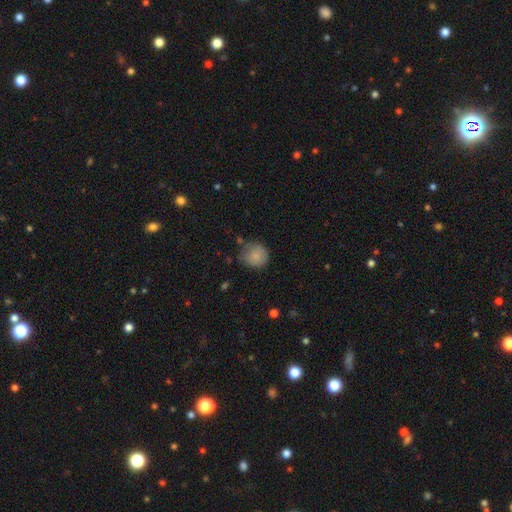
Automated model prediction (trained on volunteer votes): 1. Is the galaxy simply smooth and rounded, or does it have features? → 84% smooth, 8% featured or disk, 8% star or artifact.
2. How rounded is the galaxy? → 89% round, 10% in between, 1% cigar-shaped.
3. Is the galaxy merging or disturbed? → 68% none, 23% minor disturbance, 6% major disturbance, 3% merger.